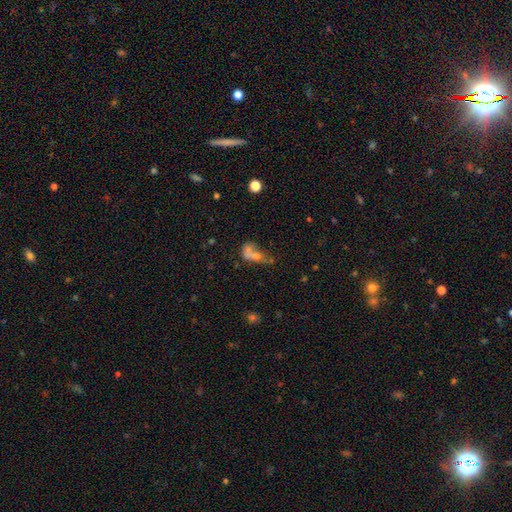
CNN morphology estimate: smooth-or-featured: smooth: 53% | featured or disk: 29% | star or artifact: 18%
  how-rounded: in between: 67% | round: 18% | cigar-shaped: 15%
  merging: merger: 41% | major disturbance: 24% | none: 22% | minor disturbance: 13%